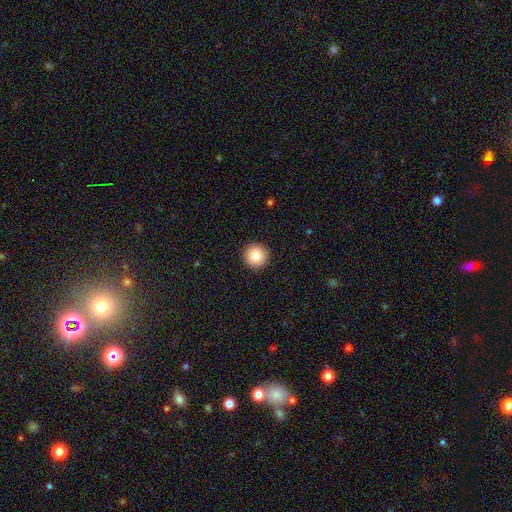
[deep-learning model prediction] Q: Smooth or featured?
A: smooth (83%); runner-up: star or artifact (9%)
Q: How rounded?
A: round (96%); runner-up: in between (3%)
Q: Merging?
A: none (93%); runner-up: minor disturbance (4%)